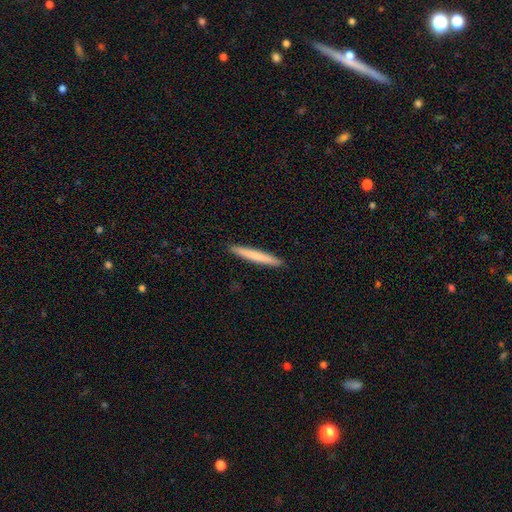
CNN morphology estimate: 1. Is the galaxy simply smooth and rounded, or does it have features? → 72% smooth, 23% featured or disk, 5% star or artifact.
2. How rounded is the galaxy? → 97% cigar-shaped, 2% in between, 1% round.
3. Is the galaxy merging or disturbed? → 93% none, 5% minor disturbance, 1% major disturbance, 1% merger.